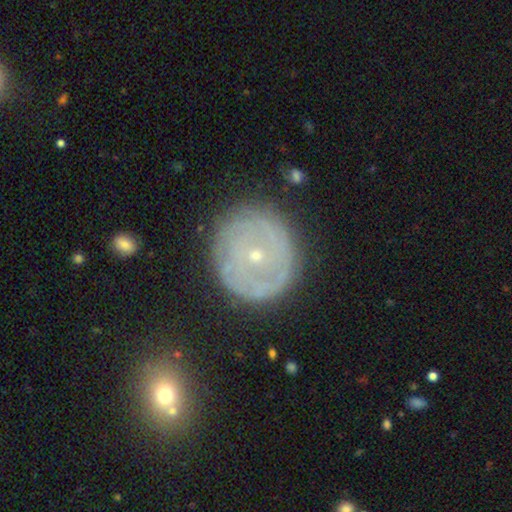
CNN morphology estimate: Smooth or featured: featured or disk — 68% (smooth — 24%)
Edge-on disk: no — 97% (yes — 3%)
Bar: no — 83% (weak — 14%)
Spiral arms: yes — 64% (no — 36%)
Bulge size: small — 83% (moderate — 14%)
Merging: none — 80% (minor disturbance — 13%)